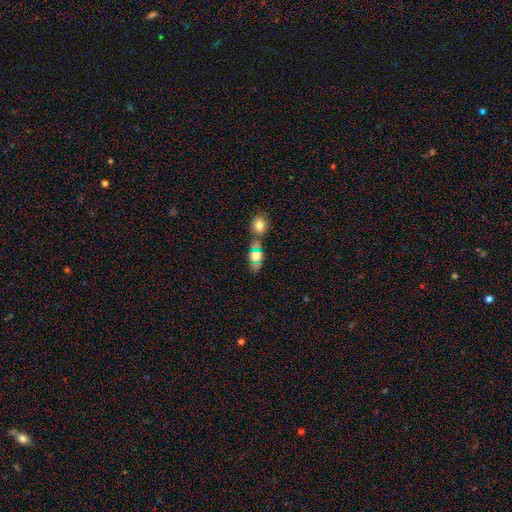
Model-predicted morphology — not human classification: This appears to be a smooth galaxy with no disk features (63%) that is in between round and cigar-shaped (68%). Merging: none (57%).